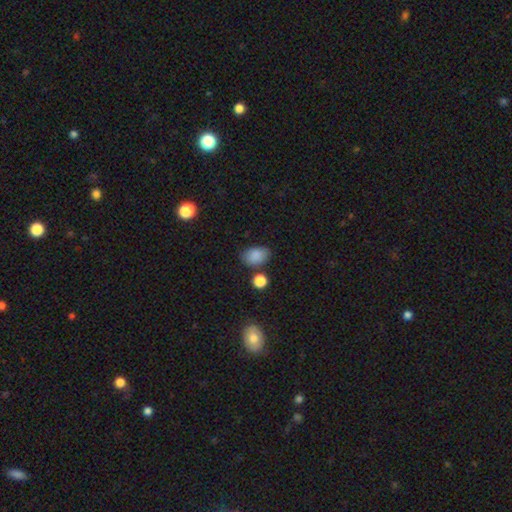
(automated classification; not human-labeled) smooth_or_featured: smooth (p=0.86) [alt: star or artifact p=0.09]
how_rounded: in between (p=0.83) [alt: round p=0.16]
merging: none (p=0.75) [alt: minor disturbance p=0.15]